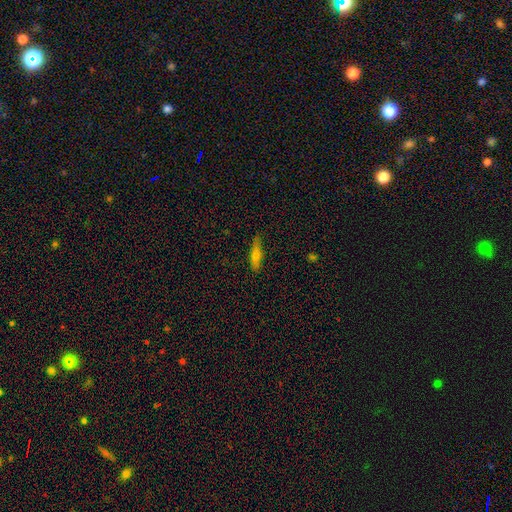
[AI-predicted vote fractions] Smooth or featured? Predicted: smooth (p=0.61). How rounded? Predicted: cigar-shaped (p=0.74). Merging? Predicted: none (p=0.82).